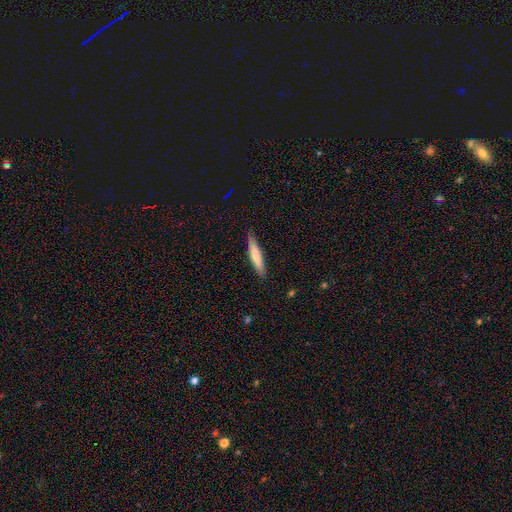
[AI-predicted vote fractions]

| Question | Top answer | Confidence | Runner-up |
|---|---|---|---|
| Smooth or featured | smooth | 70% | featured or disk (24%) |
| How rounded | cigar-shaped | 87% | in between (11%) |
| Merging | none | 87% | minor disturbance (10%) |